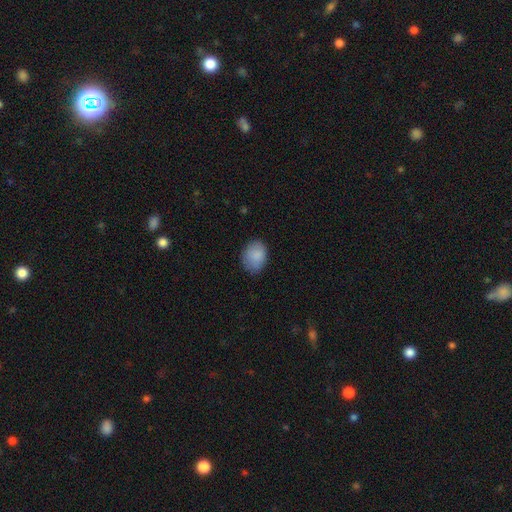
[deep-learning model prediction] Morphology: type=smooth (88%); roundness=in between (63%); merging=none (79%).